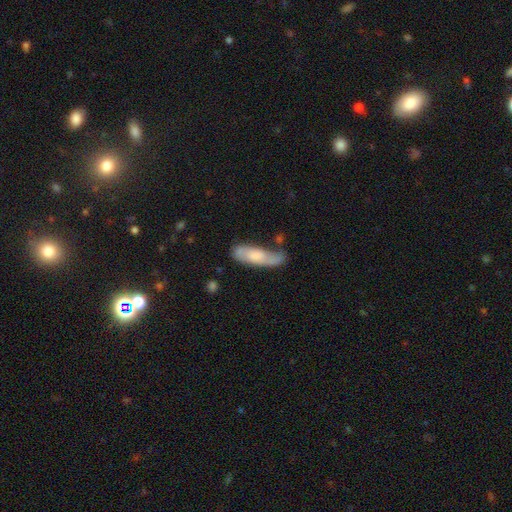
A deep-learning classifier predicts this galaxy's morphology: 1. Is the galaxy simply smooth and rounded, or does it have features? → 62% smooth, 32% featured or disk, 6% star or artifact.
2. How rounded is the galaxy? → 53% cigar-shaped, 45% in between, 2% round.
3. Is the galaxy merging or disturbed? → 46% none, 30% minor disturbance, 14% major disturbance, 9% merger.